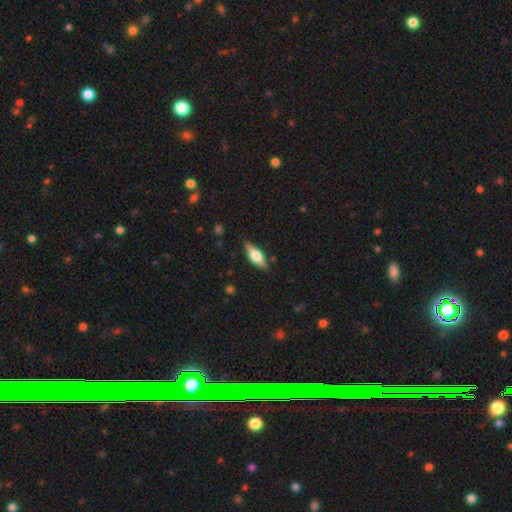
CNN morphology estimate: featured or disk 54%, smooth 39%, star or artifact 7%. Down the decision tree: edge-on disk — yes (94%); edge-on bulge — rounded (91%); merging — none (86%).